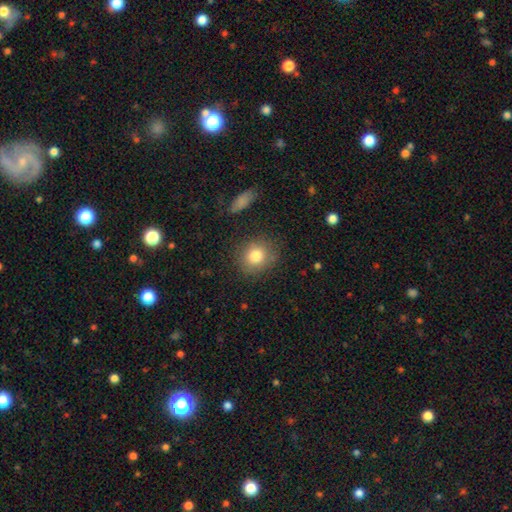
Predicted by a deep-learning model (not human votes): Smooth or featured?
  - smooth: 81% *
  - star or artifact: 10%
  - featured or disk: 9%
How rounded?
  - round: 79% *
  - in between: 20%
  - cigar-shaped: 1%
Merging?
  - none: 82% *
  - minor disturbance: 12%
  - major disturbance: 4%
  - merger: 2%